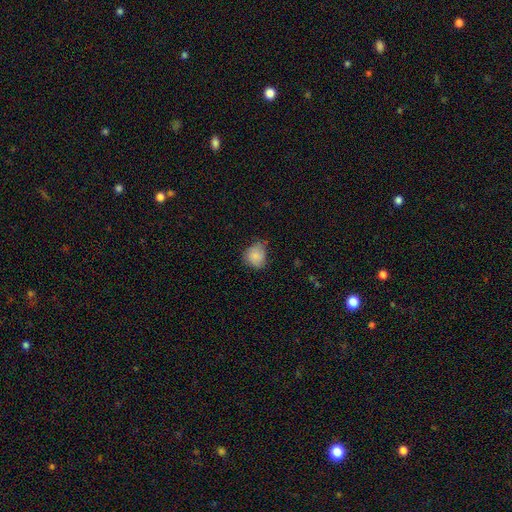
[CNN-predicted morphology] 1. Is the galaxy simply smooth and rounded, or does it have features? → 82% smooth, 10% featured or disk, 8% star or artifact.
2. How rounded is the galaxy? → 67% round, 32% in between, 1% cigar-shaped.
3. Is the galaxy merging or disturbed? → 53% none, 37% minor disturbance, 8% major disturbance, 2% merger.